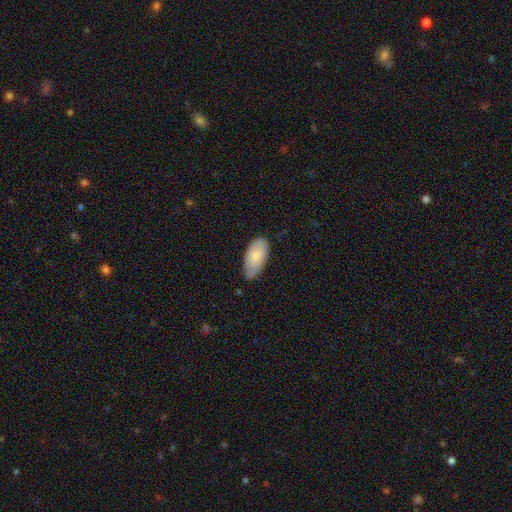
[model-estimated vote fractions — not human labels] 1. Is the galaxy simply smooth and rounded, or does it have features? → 81% smooth, 13% featured or disk, 6% star or artifact.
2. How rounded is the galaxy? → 94% in between, 4% cigar-shaped, 2% round.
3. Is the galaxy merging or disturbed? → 61% none, 33% minor disturbance, 5% major disturbance, 2% merger.